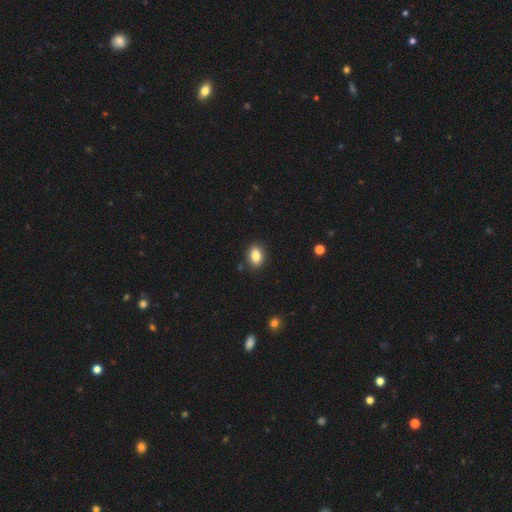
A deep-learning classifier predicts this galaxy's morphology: Q: Smooth or featured?
A: smooth (85%); runner-up: star or artifact (9%)
Q: How rounded?
A: in between (80%); runner-up: round (19%)
Q: Merging?
A: none (88%); runner-up: minor disturbance (8%)